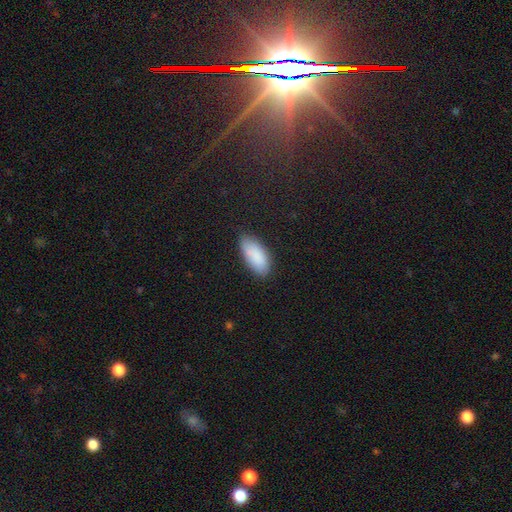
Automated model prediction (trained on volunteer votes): A smooth galaxy with no disk features (88%) that is in between round and cigar-shaped (89%). Merging: none (80%).